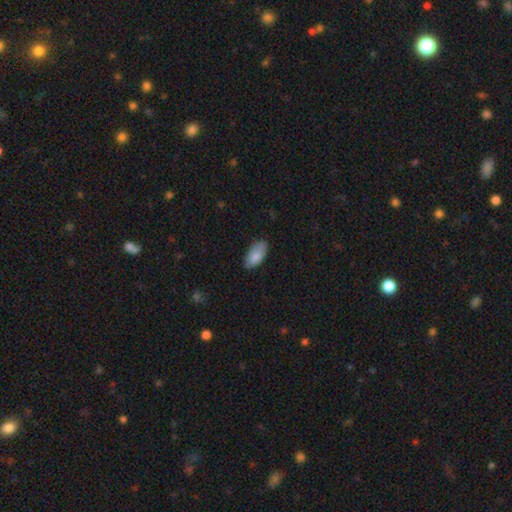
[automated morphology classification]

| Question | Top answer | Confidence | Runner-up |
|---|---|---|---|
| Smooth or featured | smooth | 85% | featured or disk (8%) |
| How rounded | in between | 92% | cigar-shaped (6%) |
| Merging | none | 79% | minor disturbance (17%) |